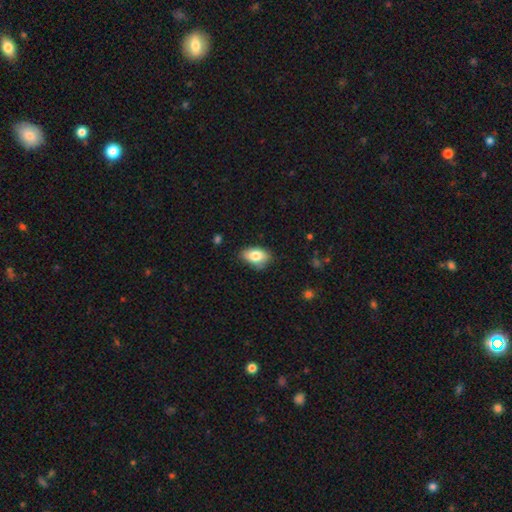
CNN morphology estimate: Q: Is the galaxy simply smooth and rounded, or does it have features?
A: smooth — 82%.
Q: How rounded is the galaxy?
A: in between — 89%.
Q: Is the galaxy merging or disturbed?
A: none — 76%.